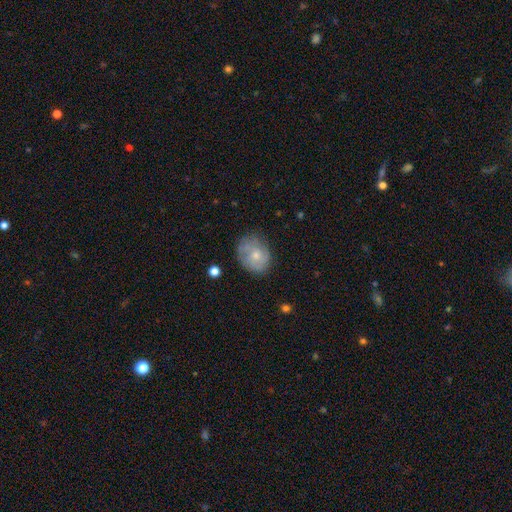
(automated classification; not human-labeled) Smooth or featured?
  - smooth: 53% *
  - featured or disk: 39%
  - star or artifact: 8%
How rounded?
  - round: 58% *
  - in between: 41%
  - cigar-shaped: 1%
Merging?
  - none: 65% *
  - minor disturbance: 24%
  - major disturbance: 8%
  - merger: 2%